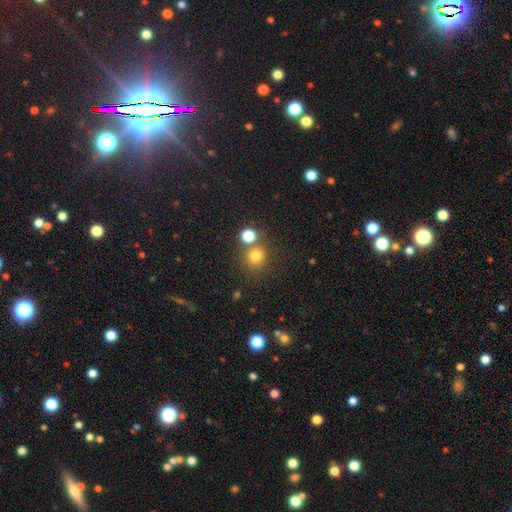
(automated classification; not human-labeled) Smooth or featured: smooth — 76% (star or artifact — 17%)
How rounded: round — 87% (in between — 12%)
Merging: none — 69% (merger — 19%)